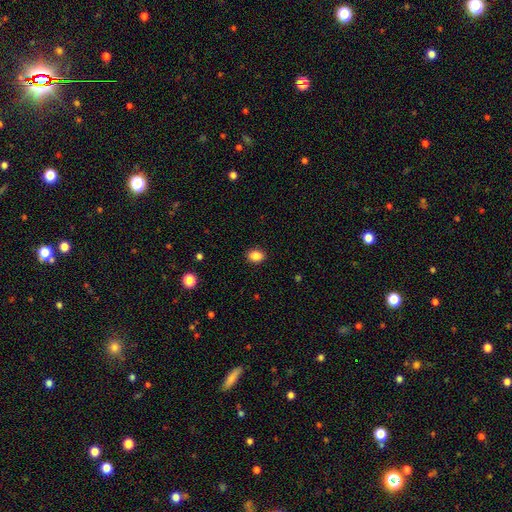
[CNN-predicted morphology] smooth_or_featured: smooth (p=0.87) [alt: star or artifact p=0.09]
how_rounded: in between (p=0.74) [alt: round p=0.25]
merging: none (p=0.89) [alt: minor disturbance p=0.08]